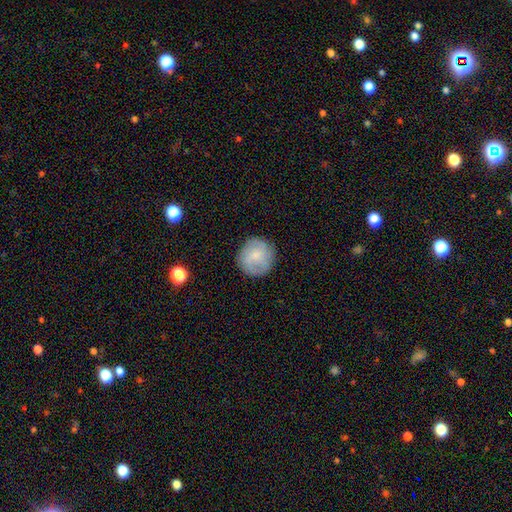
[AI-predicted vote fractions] This appears to be a smooth galaxy with no disk features (61%) that is round (92%). Merging: none (84%).